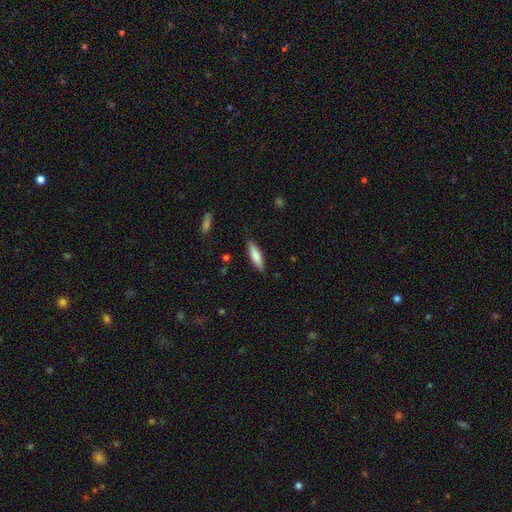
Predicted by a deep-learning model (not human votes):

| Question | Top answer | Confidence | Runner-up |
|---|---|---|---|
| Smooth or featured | smooth | 79% | featured or disk (16%) |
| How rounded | cigar-shaped | 60% | in between (38%) |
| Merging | none | 87% | minor disturbance (10%) |